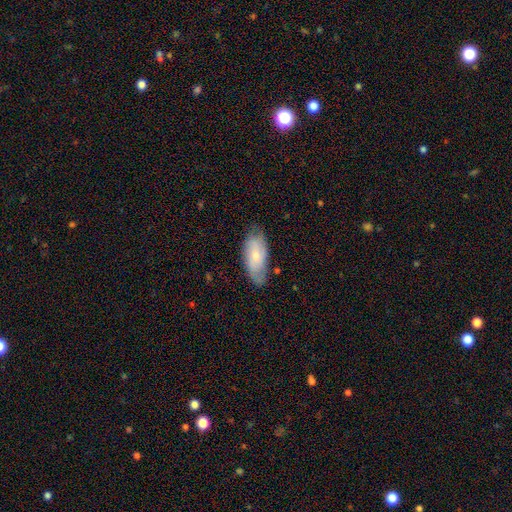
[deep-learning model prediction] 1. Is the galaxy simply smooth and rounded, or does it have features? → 64% smooth, 30% featured or disk, 6% star or artifact.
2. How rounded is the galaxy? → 87% in between, 11% cigar-shaped, 2% round.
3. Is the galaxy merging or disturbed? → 66% none, 27% minor disturbance, 6% major disturbance, 2% merger.